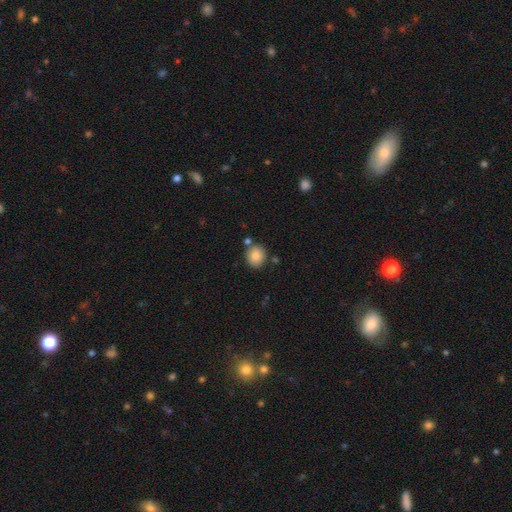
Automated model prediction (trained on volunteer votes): smooth_or_featured: smooth (p=0.86) [alt: star or artifact p=0.09]
how_rounded: round (p=0.79) [alt: in between p=0.20]
merging: none (p=0.77) [alt: minor disturbance p=0.11]